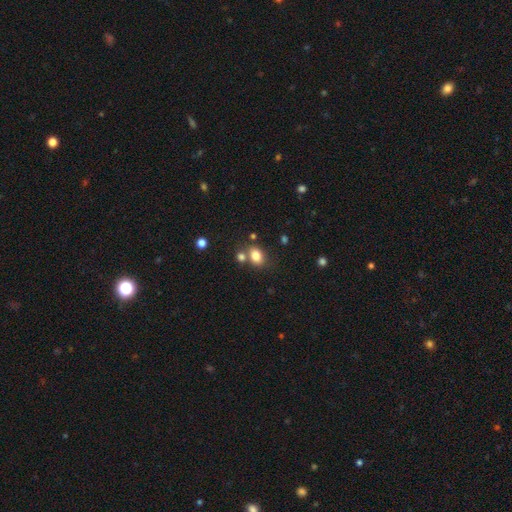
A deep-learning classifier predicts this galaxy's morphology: Smooth or featured?
  - smooth: 81% *
  - star or artifact: 11%
  - featured or disk: 8%
How rounded?
  - in between: 66% *
  - round: 33%
  - cigar-shaped: 1%
Merging?
  - none: 63% *
  - merger: 21%
  - minor disturbance: 12%
  - major disturbance: 4%